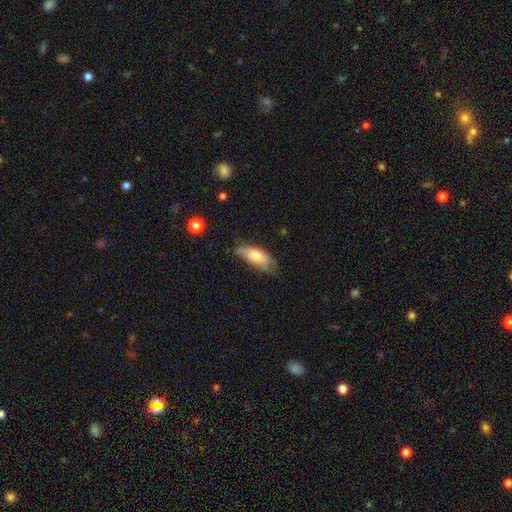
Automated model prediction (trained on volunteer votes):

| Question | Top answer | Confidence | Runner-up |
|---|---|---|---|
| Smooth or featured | smooth | 72% | featured or disk (21%) |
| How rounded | in between | 80% | cigar-shaped (17%) |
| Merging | none | 56% | minor disturbance (33%) |